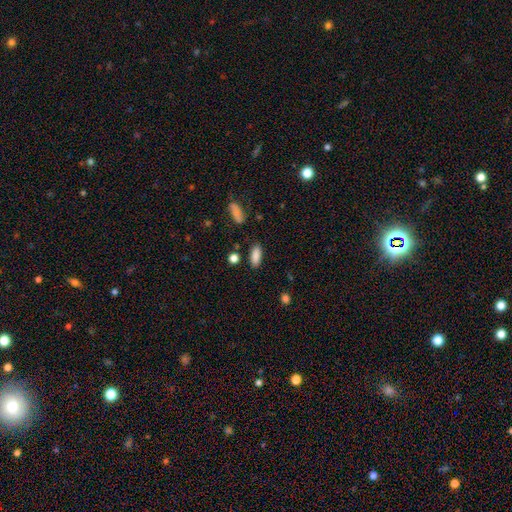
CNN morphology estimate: smooth 87%, star or artifact 7%, featured or disk 5%. Down the decision tree: how rounded — in between (75%); merging — none (85%).